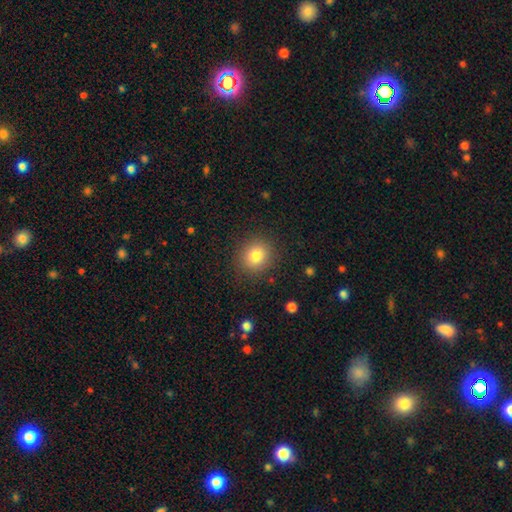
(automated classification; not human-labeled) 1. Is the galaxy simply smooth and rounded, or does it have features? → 81% smooth, 11% star or artifact, 8% featured or disk.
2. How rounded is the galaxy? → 80% round, 19% in between, 1% cigar-shaped.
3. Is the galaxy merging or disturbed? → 87% none, 9% minor disturbance, 3% major disturbance, 1% merger.